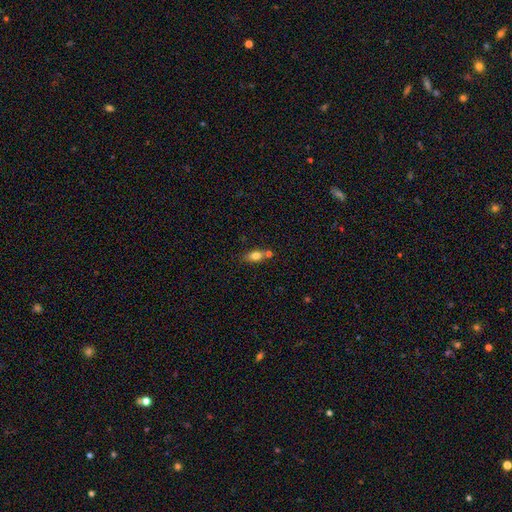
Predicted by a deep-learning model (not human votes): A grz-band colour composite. It shows a smooth galaxy with no disk features (75%) that is in between round and cigar-shaped (77%). Merging: none (55%).